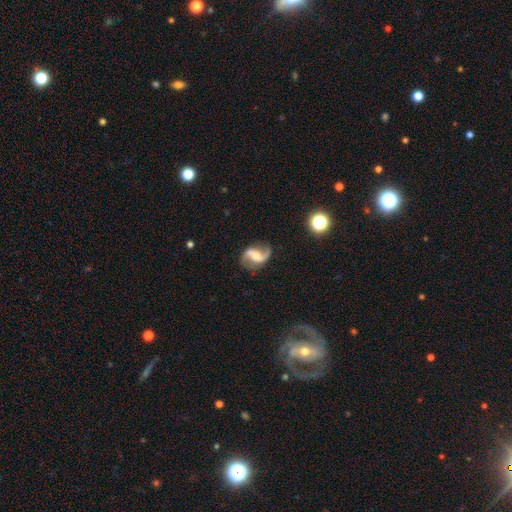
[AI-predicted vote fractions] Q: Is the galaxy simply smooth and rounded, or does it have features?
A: featured or disk — 89%.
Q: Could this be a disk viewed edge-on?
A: no — 98%.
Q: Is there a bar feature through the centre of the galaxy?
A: weak — 43%.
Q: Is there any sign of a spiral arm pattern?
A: yes — 97%.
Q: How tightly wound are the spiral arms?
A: loose — 63%.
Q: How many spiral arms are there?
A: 2 — 93%.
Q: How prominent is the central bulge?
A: moderate — 52%.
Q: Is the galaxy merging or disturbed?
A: none — 79%.